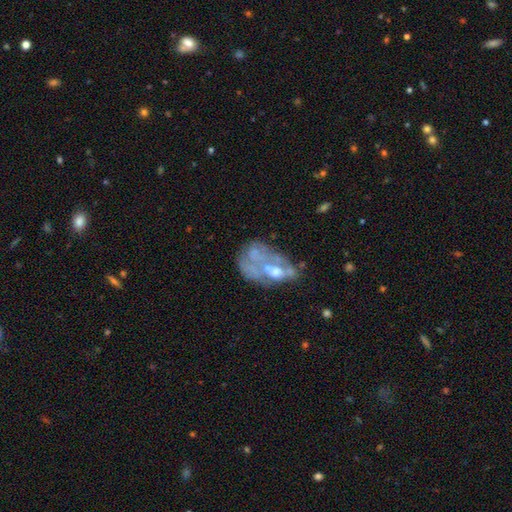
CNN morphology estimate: type=featured or disk (61%); edge-on=no (97%); bar=no (91%); spiral arms=no (90%); bulge=none (47%); merging=none (29%).